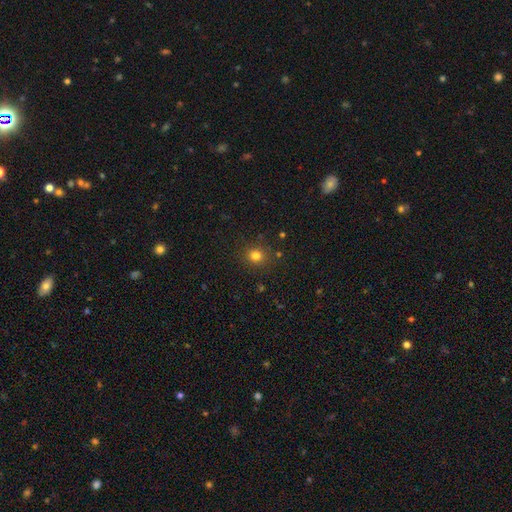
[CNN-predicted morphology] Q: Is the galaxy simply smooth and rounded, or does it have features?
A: smooth — 79%.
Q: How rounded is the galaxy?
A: round — 83%.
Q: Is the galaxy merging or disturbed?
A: none — 87%.